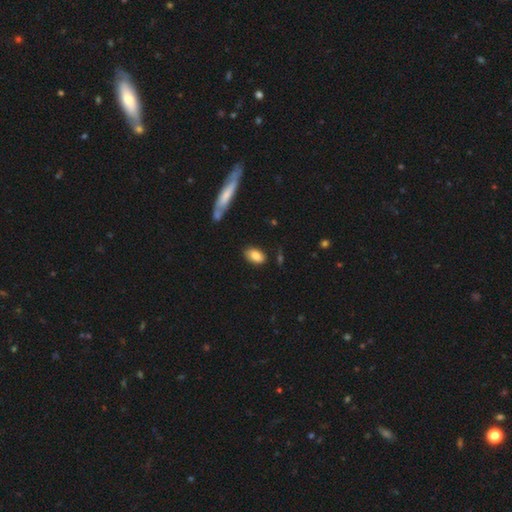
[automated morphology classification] The model was most divided on "merging": none: 80%, minor disturbance: 14%, merger: 3%, major disturbance: 3%. More confident: how rounded — in between (90%); smooth or featured — smooth (84%).